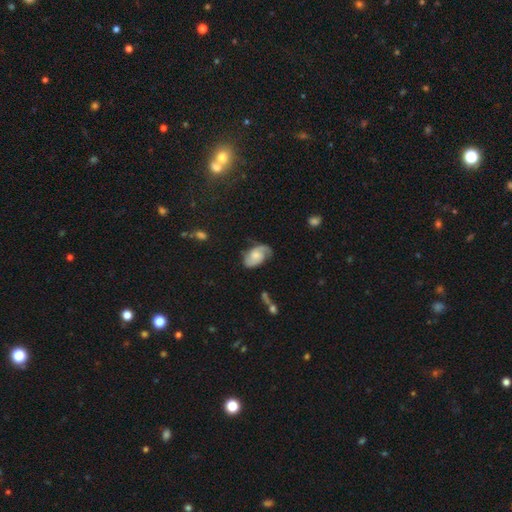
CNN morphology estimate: Smooth or featured?
  - featured or disk: 77% *
  - smooth: 17%
  - star or artifact: 6%
Edge-on disk?
  - no: 97% *
  - yes: 3%
Bar?
  - no: 64% *
  - weak: 31%
  - strong: 5%
Spiral arms?
  - yes: 96% *
  - no: 4%
Spiral winding?
  - medium: 45% *
  - tight: 36%
  - loose: 19%
Spiral arm count?
  - 2: 82% *
  - 1: 9%
  - can't tell: 6%
  - 3: 2%
  - 4: 1%
  - more than 4: 1%
Bulge size?
  - moderate: 39% *
  - small: 33%
  - none: 17%
  - large: 10%
  - dominant: 2%
Merging?
  - none: 67% *
  - minor disturbance: 22%
  - major disturbance: 10%
  - merger: 2%